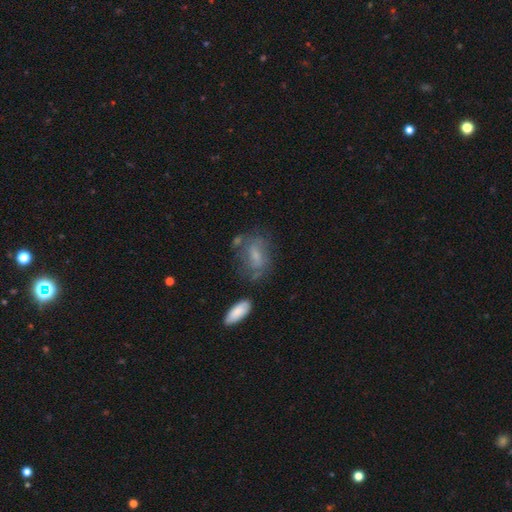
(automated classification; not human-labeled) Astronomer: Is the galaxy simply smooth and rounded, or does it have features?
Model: featured or disk — 45% (runner-up: smooth, 44%).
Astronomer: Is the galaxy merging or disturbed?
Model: none — 53%.